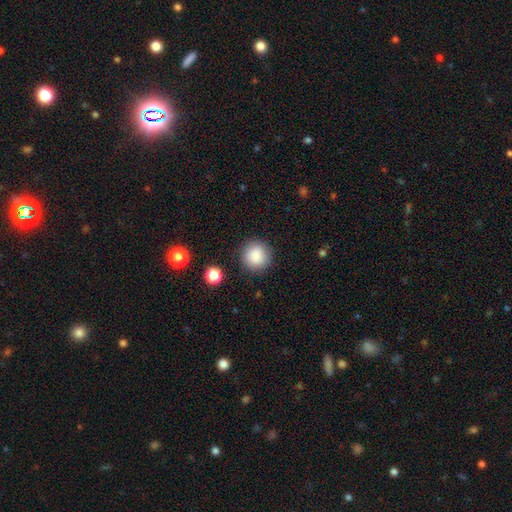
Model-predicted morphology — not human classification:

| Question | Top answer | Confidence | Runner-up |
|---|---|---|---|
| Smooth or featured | smooth | 86% | star or artifact (9%) |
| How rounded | round | 94% | in between (5%) |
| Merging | none | 88% | minor disturbance (7%) |